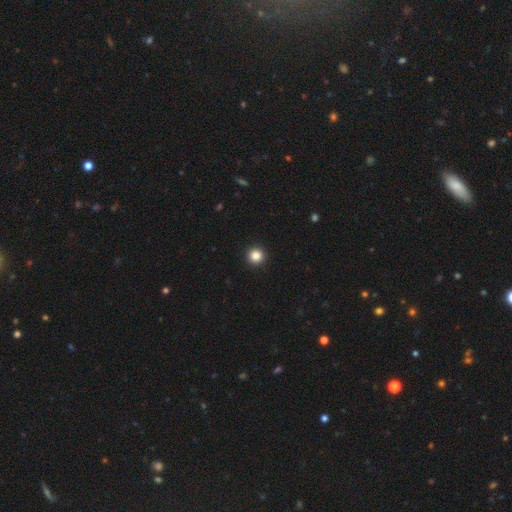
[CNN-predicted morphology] The model was most divided on "smooth or featured": smooth: 86%, star or artifact: 11%, featured or disk: 3%. More confident: how rounded — round (96%); merging — none (94%).